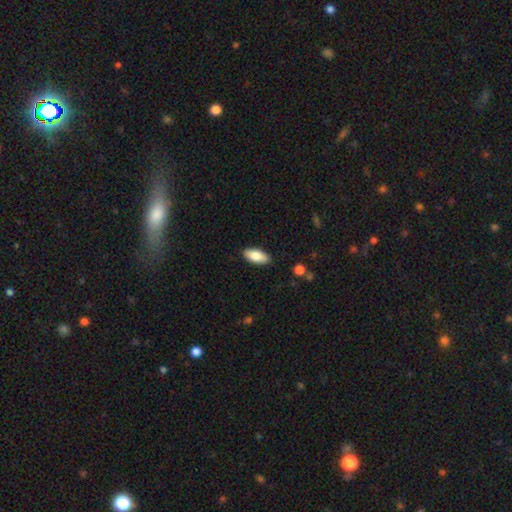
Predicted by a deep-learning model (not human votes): Smooth or featured?
  - smooth: 83% *
  - featured or disk: 11%
  - star or artifact: 6%
How rounded?
  - in between: 89% *
  - cigar-shaped: 9%
  - round: 2%
Merging?
  - none: 88% *
  - minor disturbance: 9%
  - major disturbance: 2%
  - merger: 1%